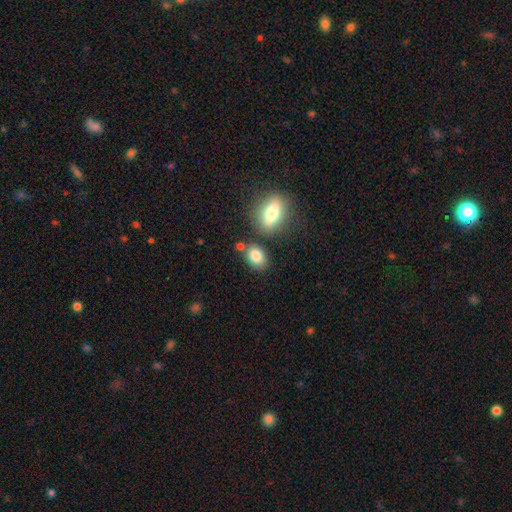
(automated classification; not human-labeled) Overall: smooth (83%). How rounded: in between (79%). Merging: none (70%).